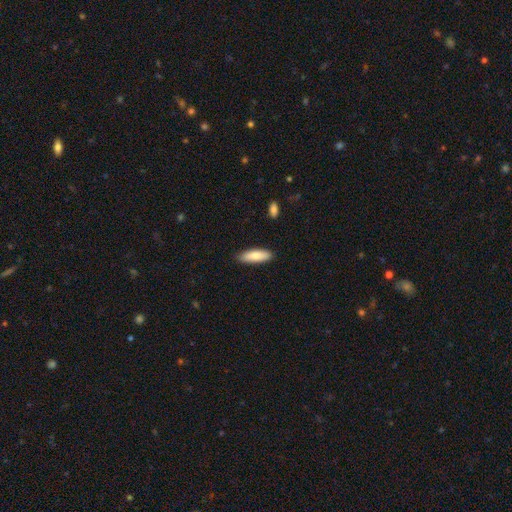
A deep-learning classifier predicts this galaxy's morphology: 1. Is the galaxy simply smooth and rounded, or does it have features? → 82% smooth, 13% featured or disk, 5% star or artifact.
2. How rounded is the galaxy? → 50% cigar-shaped, 49% in between, 2% round.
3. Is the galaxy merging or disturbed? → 88% none, 9% minor disturbance, 2% major disturbance, 1% merger.